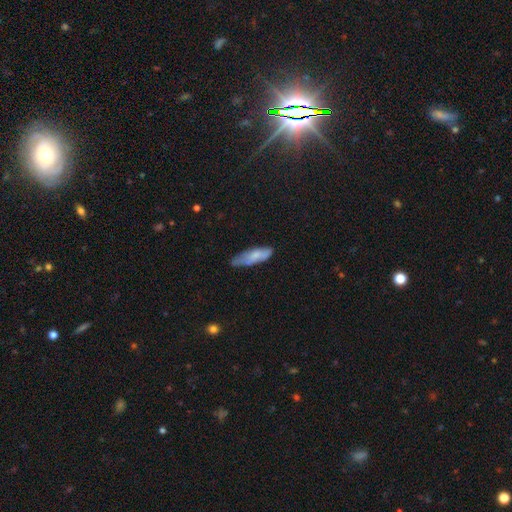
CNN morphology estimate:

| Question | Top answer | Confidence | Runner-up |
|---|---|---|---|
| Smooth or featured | smooth | 71% | featured or disk (22%) |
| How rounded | in between | 51% | cigar-shaped (47%) |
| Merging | none | 58% | minor disturbance (32%) |